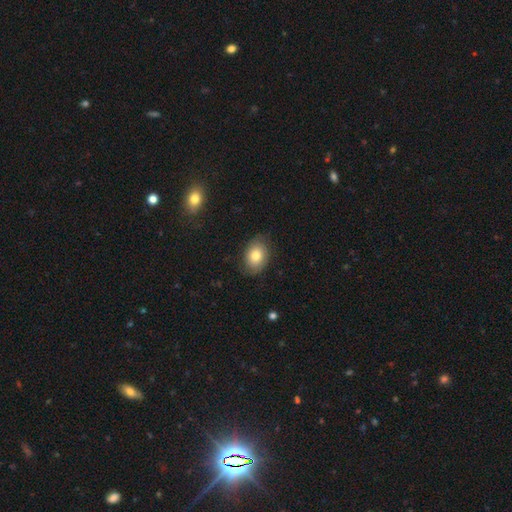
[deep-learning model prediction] A smooth galaxy with no disk features (73%) that is in between round and cigar-shaped (73%).

Vote fractions:
- Smooth or featured? smooth: 73% / featured or disk: 19% / star or artifact: 8%
- How rounded? in between: 73% / round: 26% / cigar-shaped: 1%
- Merging? none: 77% / minor disturbance: 17% / major disturbance: 5% / merger: 1%